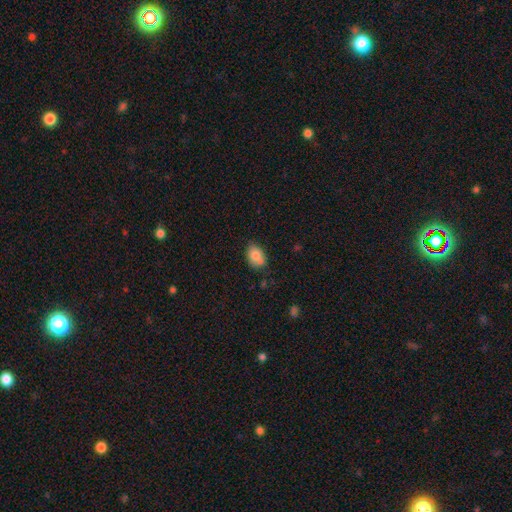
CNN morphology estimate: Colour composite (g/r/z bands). It shows a smooth galaxy with no disk features (79%) that is in between round and cigar-shaped (78%). Merging: none (64%).